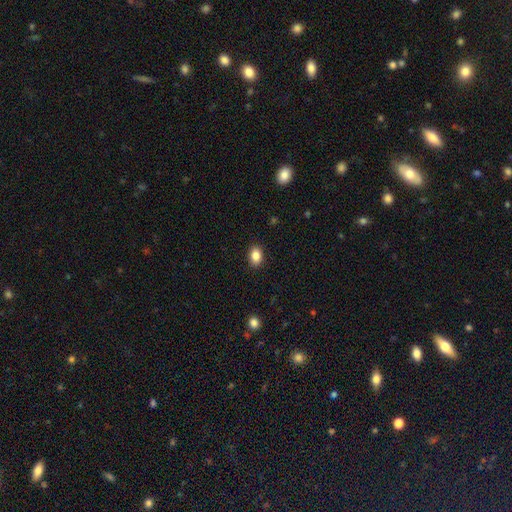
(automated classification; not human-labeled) smooth_or_featured: smooth (p=0.87) [alt: star or artifact p=0.09]
how_rounded: in between (p=0.82) [alt: round p=0.17]
merging: none (p=0.89) [alt: minor disturbance p=0.08]